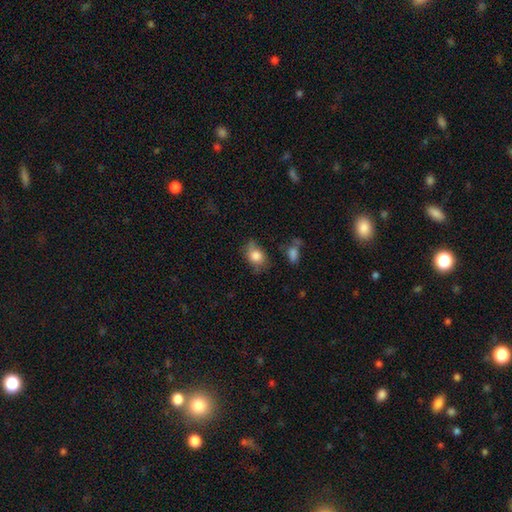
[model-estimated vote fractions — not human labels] Smooth or featured?
  - smooth: 81% *
  - featured or disk: 11%
  - star or artifact: 8%
How rounded?
  - in between: 66% *
  - round: 32%
  - cigar-shaped: 2%
Merging?
  - none: 61% *
  - minor disturbance: 26%
  - major disturbance: 8%
  - merger: 5%